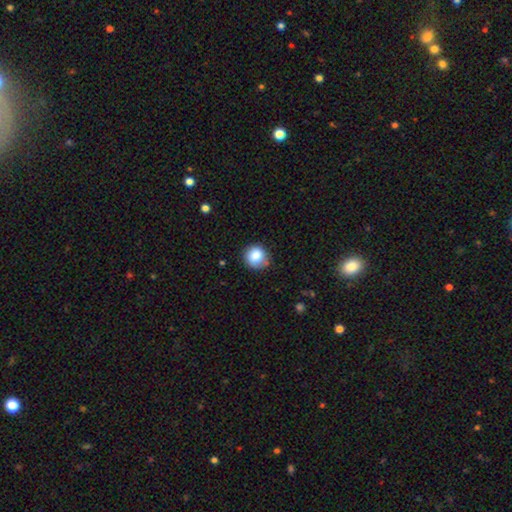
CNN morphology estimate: Smooth or featured? Predicted: smooth (p=0.85). How rounded? Predicted: round (p=0.90). Merging? Predicted: none (p=0.78).